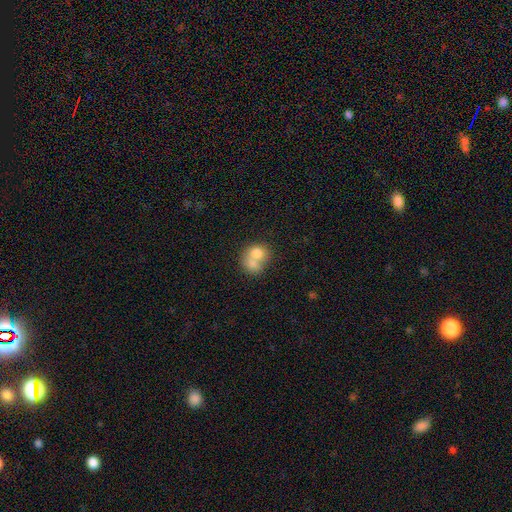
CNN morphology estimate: Smooth or featured? smooth (72%)
How rounded? round (58%)
Merging? merger (69%)